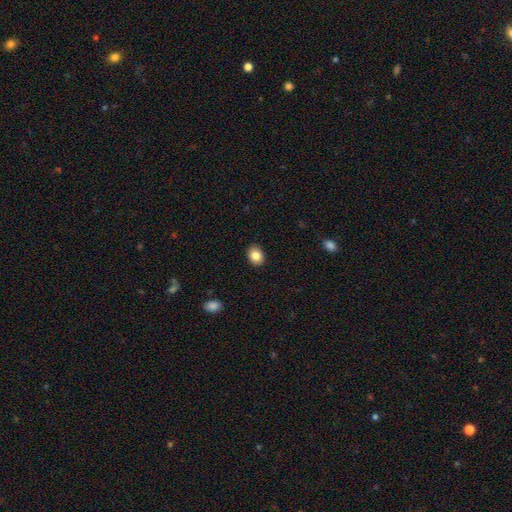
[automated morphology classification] A smooth galaxy with no disk features (84%) that is in between round and cigar-shaped (53%). Merging: none (90%).